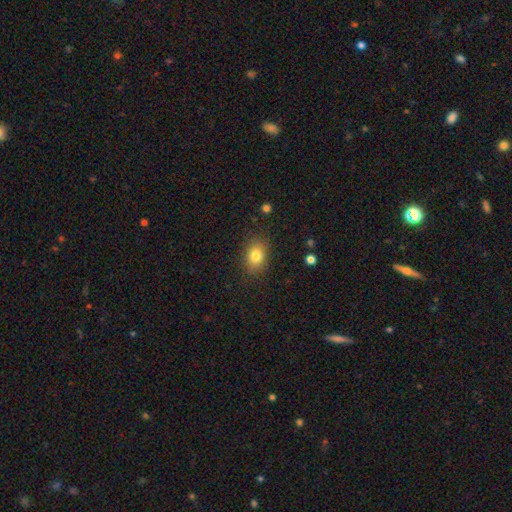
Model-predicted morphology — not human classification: Q: Smooth or featured?
A: smooth (81%); runner-up: star or artifact (10%)
Q: How rounded?
A: in between (70%); runner-up: round (29%)
Q: Merging?
A: none (85%); runner-up: minor disturbance (11%)